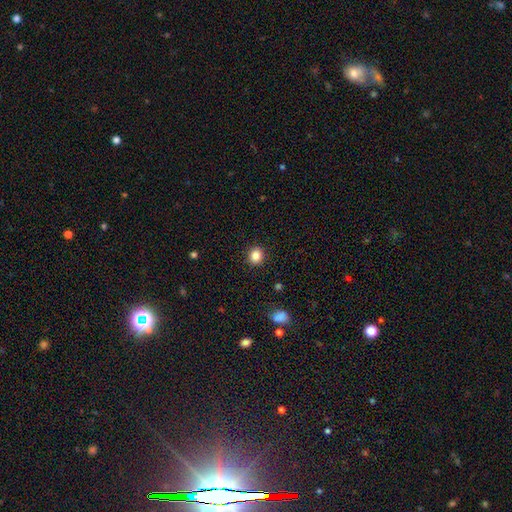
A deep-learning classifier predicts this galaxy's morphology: Smooth or featured? smooth (85%)
How rounded? round (80%)
Merging? none (91%)